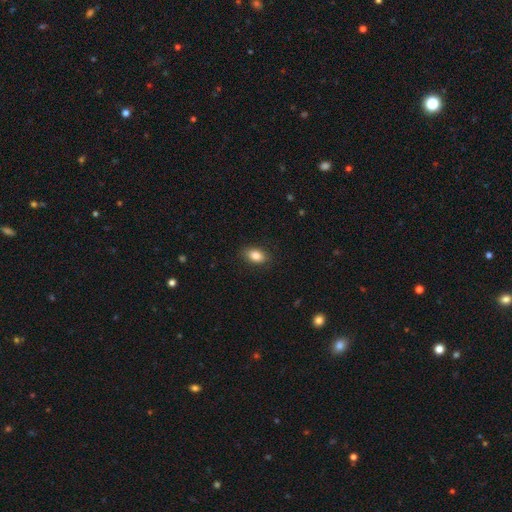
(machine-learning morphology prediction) smooth 85%, star or artifact 8%, featured or disk 7%. Down the decision tree: how rounded — in between (88%); merging — none (86%).